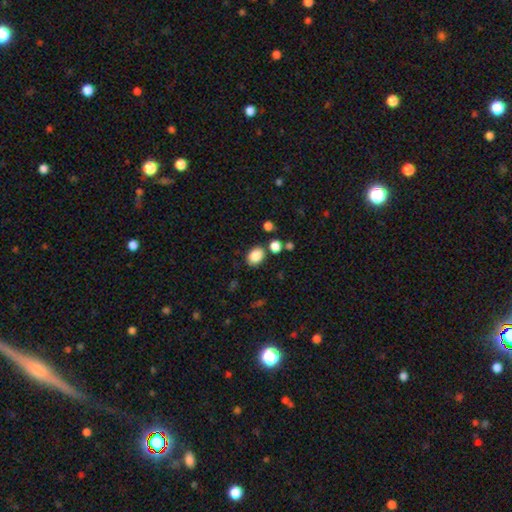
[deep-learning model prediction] smooth_or_featured: smooth (p=0.86) [alt: star or artifact p=0.09]
how_rounded: in between (p=0.66) [alt: round p=0.33]
merging: none (p=0.79) [alt: minor disturbance p=0.11]